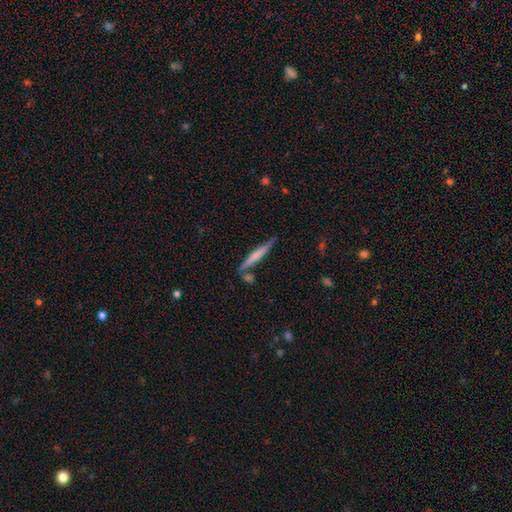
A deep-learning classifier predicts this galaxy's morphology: smooth_or_featured: smooth (p=0.55) [alt: featured or disk p=0.40]
how_rounded: cigar-shaped (p=0.95) [alt: in between p=0.04]
merging: none (p=0.75) [alt: minor disturbance p=0.14]